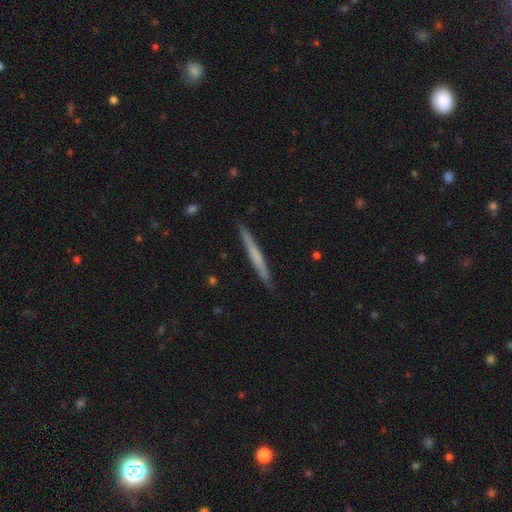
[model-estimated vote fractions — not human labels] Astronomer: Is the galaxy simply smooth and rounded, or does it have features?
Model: smooth — 54% (runner-up: featured or disk, 41%).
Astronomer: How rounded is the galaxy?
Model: cigar-shaped — 97%.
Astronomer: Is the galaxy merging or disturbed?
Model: none — 90%.